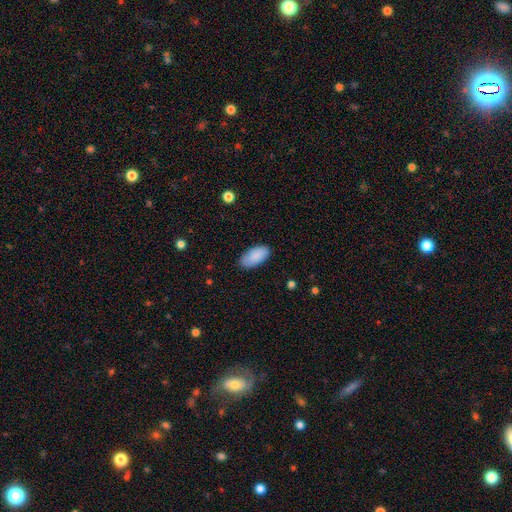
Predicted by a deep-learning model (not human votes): This is clearly a smooth galaxy (88%). How rounded: clearly in between (94%). Merging: clearly none (81%).